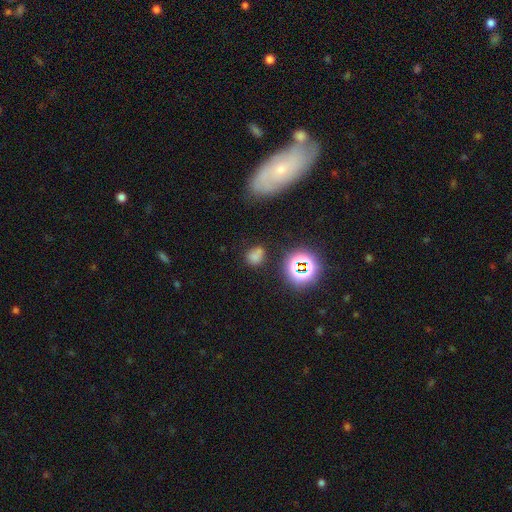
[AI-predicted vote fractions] Smooth or featured? smooth (62%)
How rounded? round (64%)
Merging? none (60%)